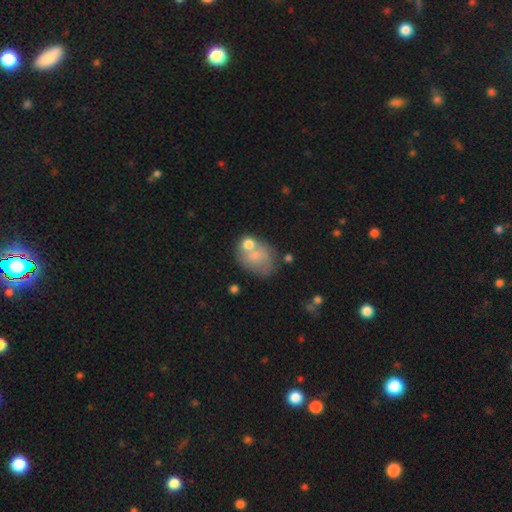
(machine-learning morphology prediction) Overall: smooth (63%; featured or disk 27%). How rounded: in between (58%; round 41%). Merging: none (42%; merger 24%).